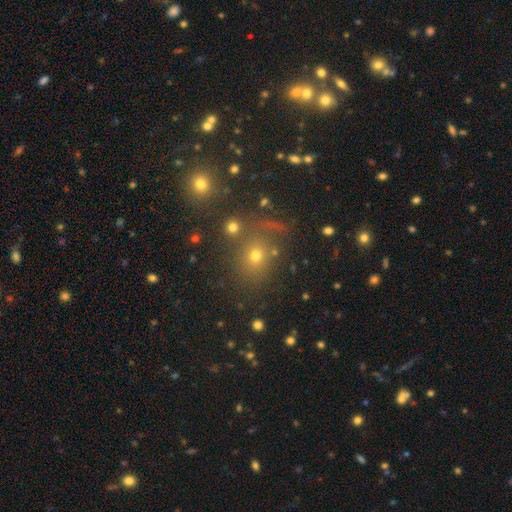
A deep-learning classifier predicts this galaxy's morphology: The model was most divided on "smooth or featured": smooth: 62%, star or artifact: 26%, featured or disk: 12%. More confident: how rounded — round (76%); merging — none (70%).